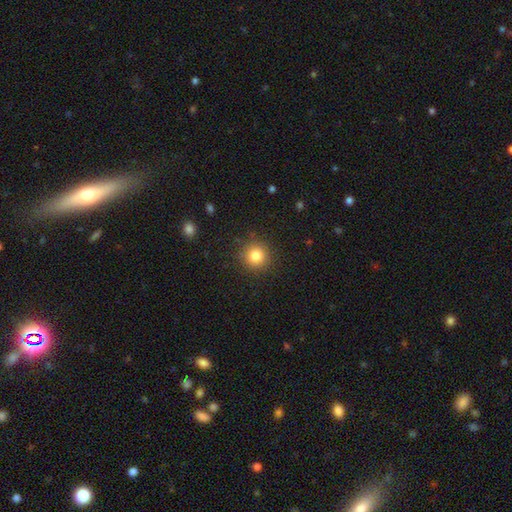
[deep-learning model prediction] A smooth galaxy with no disk features (82%) that is round (94%). Merging: none (90%).